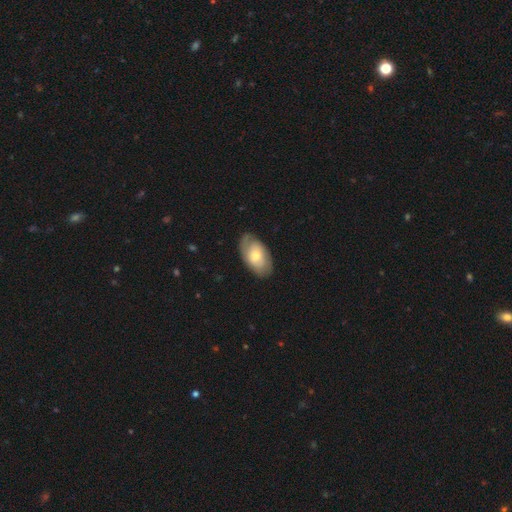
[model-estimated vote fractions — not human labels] Smooth or featured: smooth — 55% (featured or disk — 39%)
How rounded: in between — 94% (round — 5%)
Merging: none — 74% (minor disturbance — 20%)